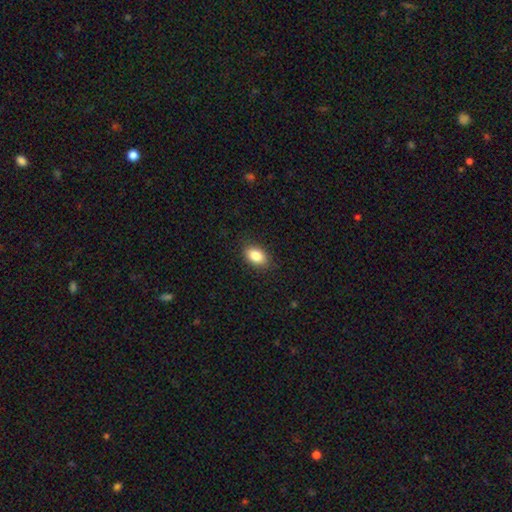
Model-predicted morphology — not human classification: type=smooth (86%); roundness=in between (89%); merging=none (87%).